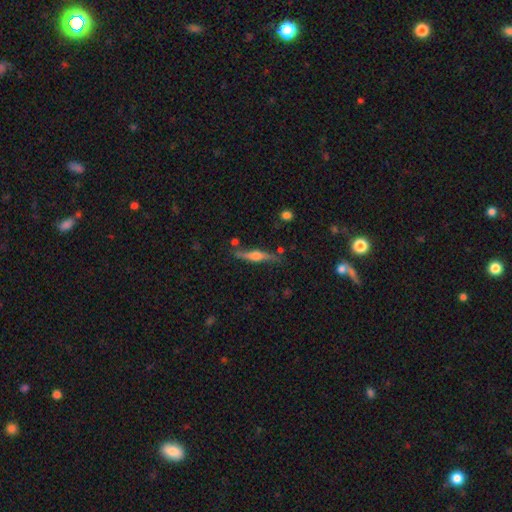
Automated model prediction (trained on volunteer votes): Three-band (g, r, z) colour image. It shows a featured or disk galaxy (68%) viewed edge-on (95%) with a rounded central bulge (93%). Merging: none (77%).